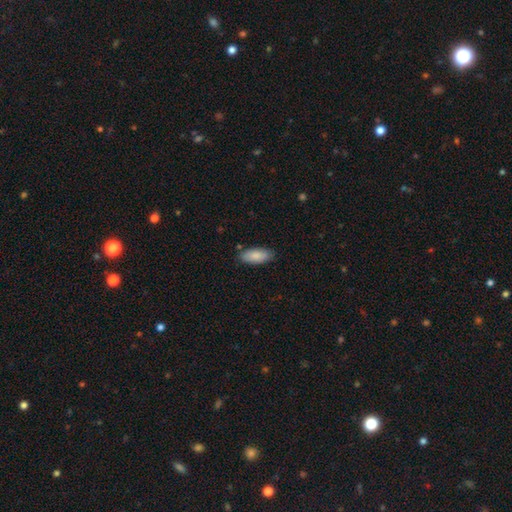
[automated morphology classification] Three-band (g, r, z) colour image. It shows a smooth galaxy with no disk features (88%) that is in between round and cigar-shaped (85%). Merging: none (84%).